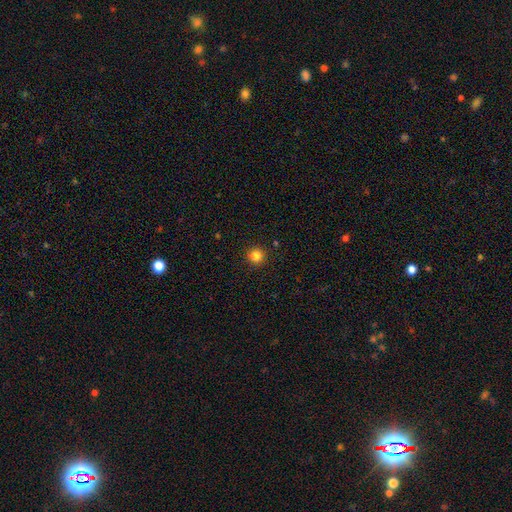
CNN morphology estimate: smooth_or_featured: smooth (p=0.84) [alt: star or artifact p=0.12]
how_rounded: round (p=0.94) [alt: in between p=0.05]
merging: none (p=0.91) [alt: minor disturbance p=0.05]